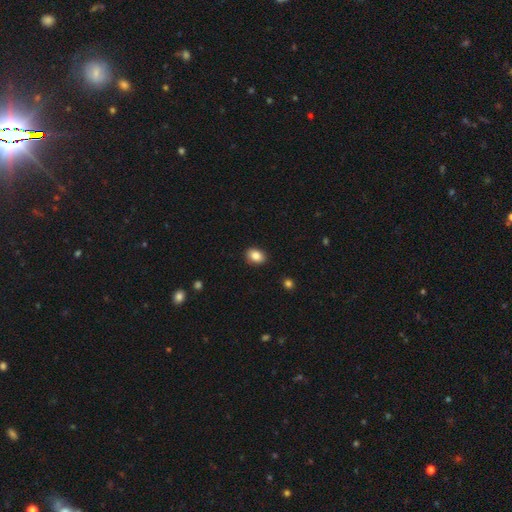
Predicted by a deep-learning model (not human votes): This is clearly a smooth galaxy (86%). How rounded: likely in between (67%). Merging: clearly none (89%).